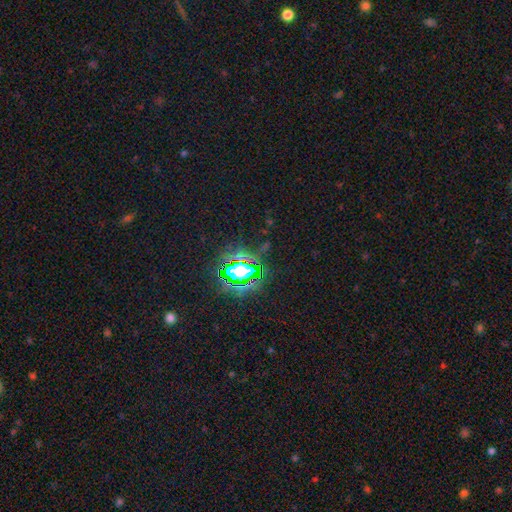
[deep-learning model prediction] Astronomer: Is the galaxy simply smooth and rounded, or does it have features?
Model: star or artifact — 80%.